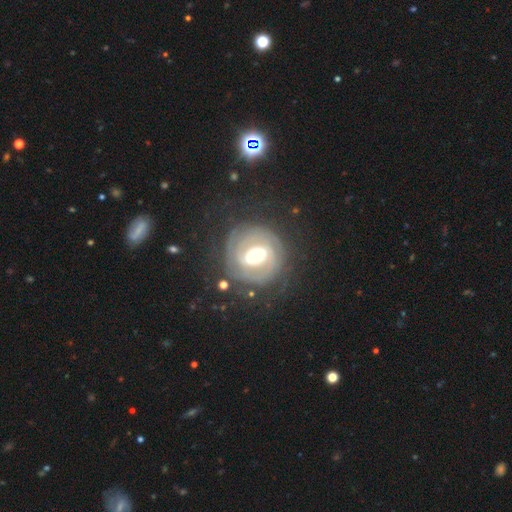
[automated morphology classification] Smooth or featured? featured or disk (85%)
Edge-on disk? no (97%)
Bar? weak (46%)
Spiral arms? yes (92%)
Spiral winding? tight (74%)
Spiral arm count? 2 (58%)
Bulge size? moderate (60%)
Merging? none (76%)